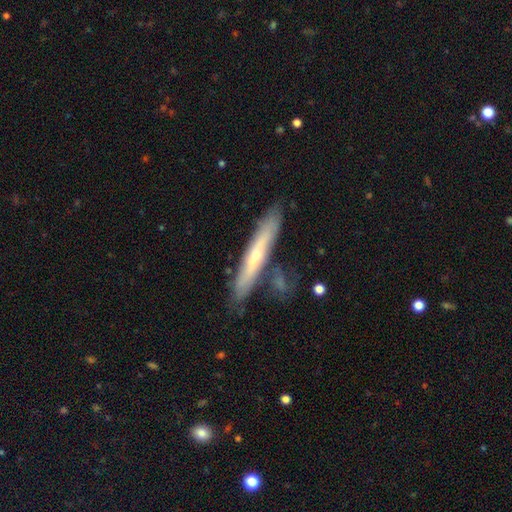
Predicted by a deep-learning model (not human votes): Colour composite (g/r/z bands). It shows a featured or disk galaxy (59%) viewed edge-on (75%). Merging: none (72%).